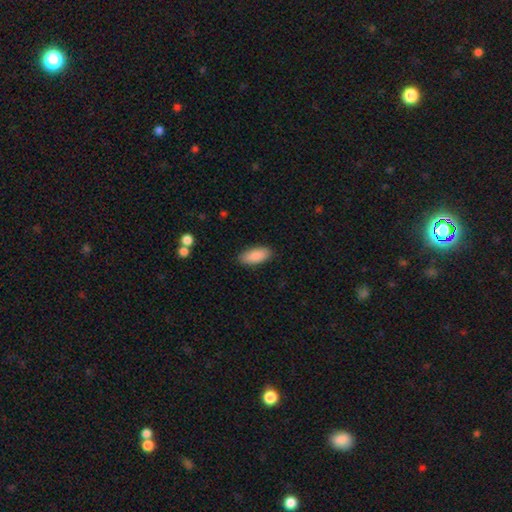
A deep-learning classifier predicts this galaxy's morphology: Smooth or featured? Predicted: smooth (p=0.89). How rounded? Predicted: in between (p=0.87). Merging? Predicted: none (p=0.88).